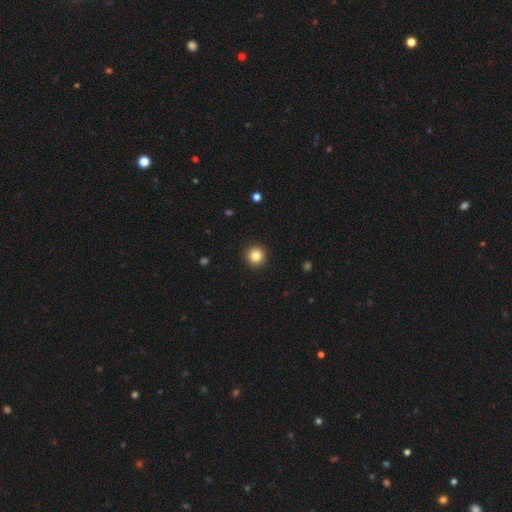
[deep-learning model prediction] Smooth or featured? Predicted: smooth (p=0.84). How rounded? Predicted: round (p=0.96). Merging? Predicted: none (p=0.93).